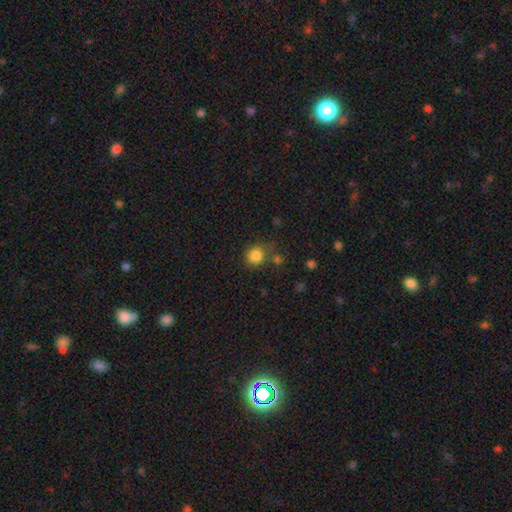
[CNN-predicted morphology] Overall: smooth (84%). How rounded: round (87%). Merging: none (67%).